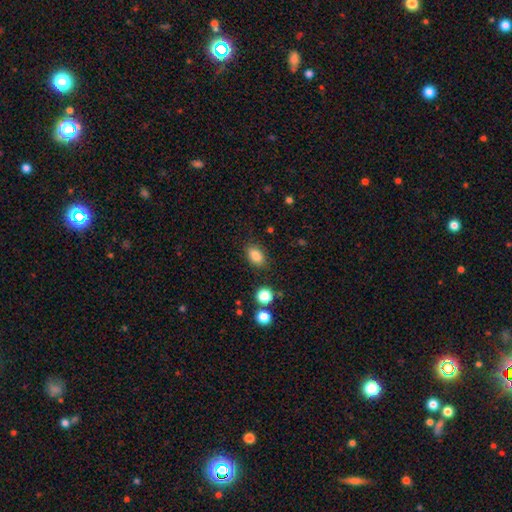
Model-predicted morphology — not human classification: Overall: smooth (84%). How rounded: in between (84%). Merging: none (84%).